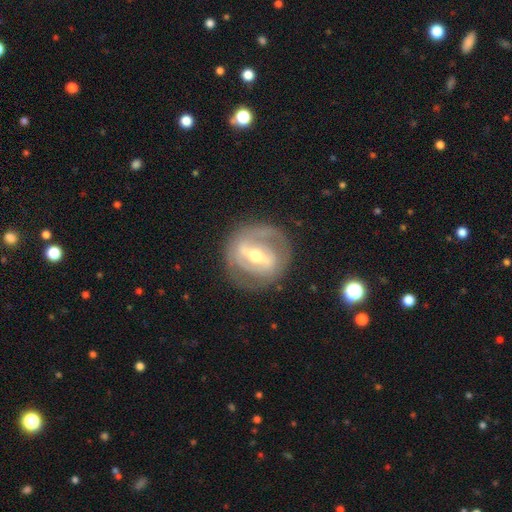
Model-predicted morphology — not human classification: smooth_or_featured: featured or disk (p=0.79) [alt: smooth p=0.15]
disk_edge_on: no (p=0.92) [alt: yes p=0.08]
bar: strong (p=0.63) [alt: weak p=0.27]
has_spiral_arms: yes (p=0.60) [alt: no p=0.40]
bulge_size: moderate (p=0.69) [alt: small p=0.23]
merging: none (p=0.78) [alt: minor disturbance p=0.13]